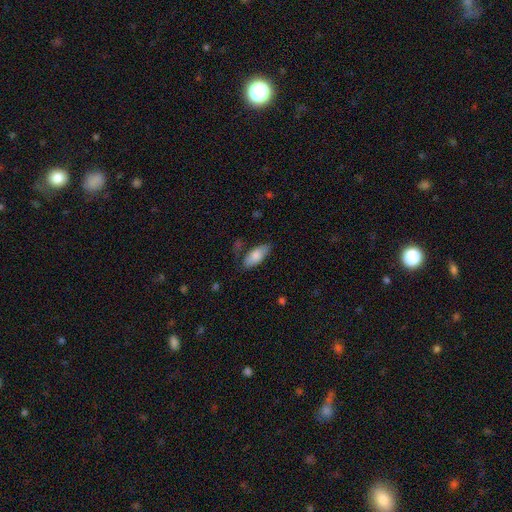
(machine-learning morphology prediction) The model was most divided on "merging": none: 74%, minor disturbance: 18%, major disturbance: 4%, merger: 4%. More confident: how rounded — in between (86%); smooth or featured — smooth (78%).